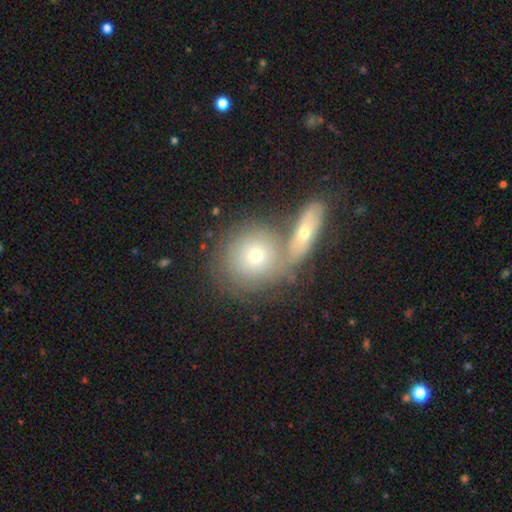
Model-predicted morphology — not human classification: Smooth or featured? smooth (59%)
How rounded? round (82%)
Merging? merger (43%)